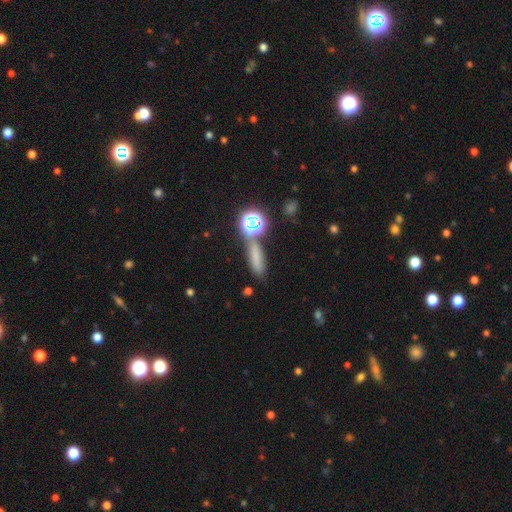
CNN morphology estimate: Smooth or featured? Predicted: smooth (p=0.64). How rounded? Predicted: cigar-shaped (p=0.58). Merging? Predicted: none (p=0.71).